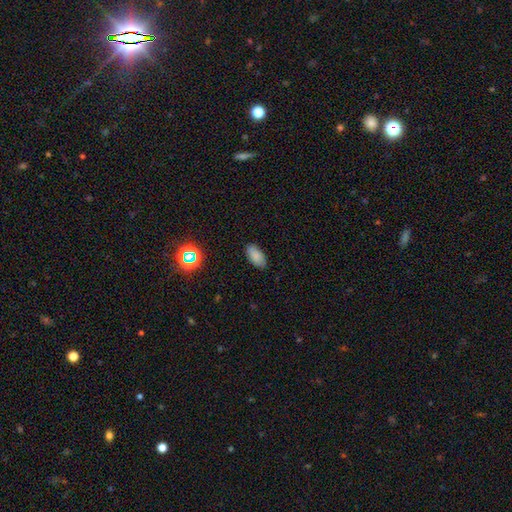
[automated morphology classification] Smooth or featured? Predicted: smooth (p=0.82). How rounded? Predicted: in between (p=0.92). Merging? Predicted: none (p=0.85).